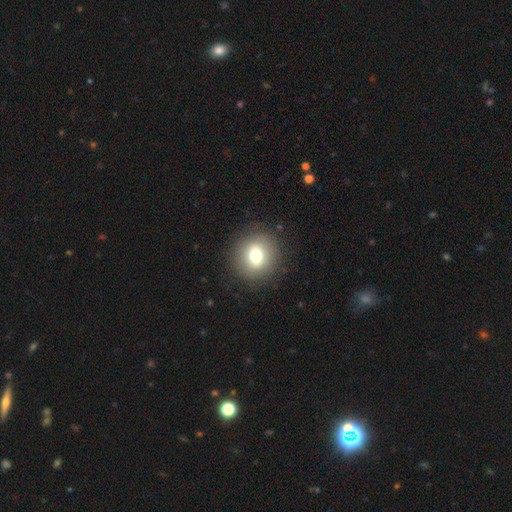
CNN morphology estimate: A smooth galaxy with no disk features (71%) that is round (87%).

Vote fractions:
- Smooth or featured? smooth: 71% / featured or disk: 19% / star or artifact: 11%
- How rounded? round: 87% / in between: 12% / cigar-shaped: 1%
- Merging? none: 88% / minor disturbance: 8% / major disturbance: 3% / merger: 1%